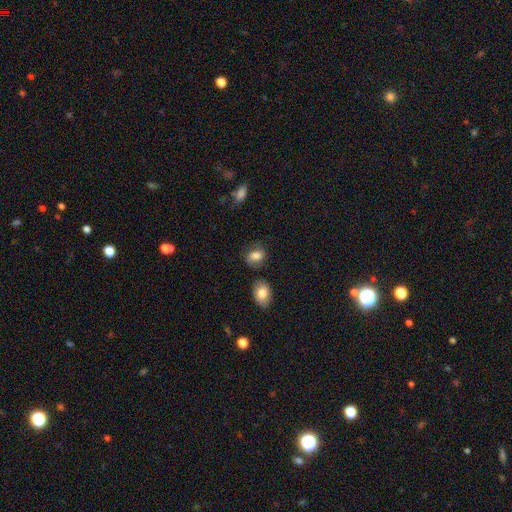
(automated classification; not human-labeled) Smooth or featured?
  - smooth: 64% *
  - featured or disk: 27%
  - star or artifact: 9%
How rounded?
  - in between: 68% *
  - round: 30%
  - cigar-shaped: 2%
Merging?
  - none: 65% *
  - minor disturbance: 21%
  - major disturbance: 8%
  - merger: 6%